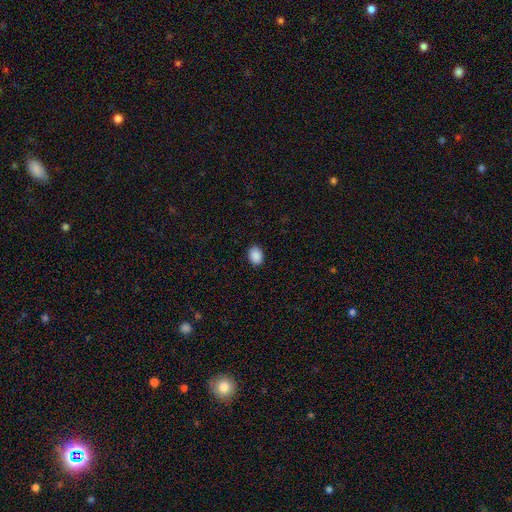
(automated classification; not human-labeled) Smooth or featured: smooth — 90% (star or artifact — 8%)
How rounded: in between — 71% (round — 28%)
Merging: none — 90% (minor disturbance — 7%)